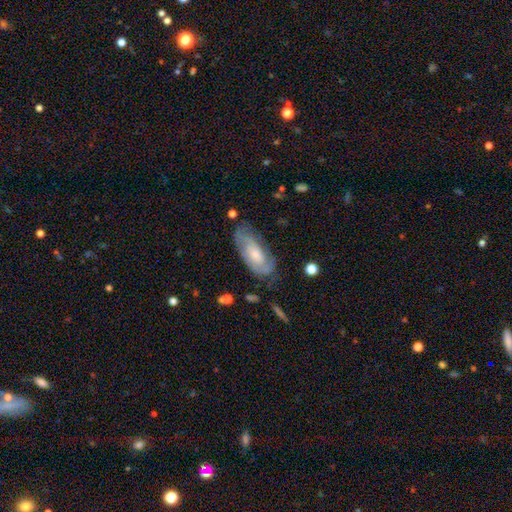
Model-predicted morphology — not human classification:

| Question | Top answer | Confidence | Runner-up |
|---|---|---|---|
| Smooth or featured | featured or disk | 66% | smooth (28%) |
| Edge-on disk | no | 90% | yes (10%) |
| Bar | no | 69% | weak (26%) |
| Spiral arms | yes | 85% | no (15%) |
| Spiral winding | tight | 53% | medium (35%) |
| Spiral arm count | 2 | 50% | can't tell (34%) |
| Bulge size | moderate | 45% | small (41%) |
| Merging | none | 66% | minor disturbance (23%) |